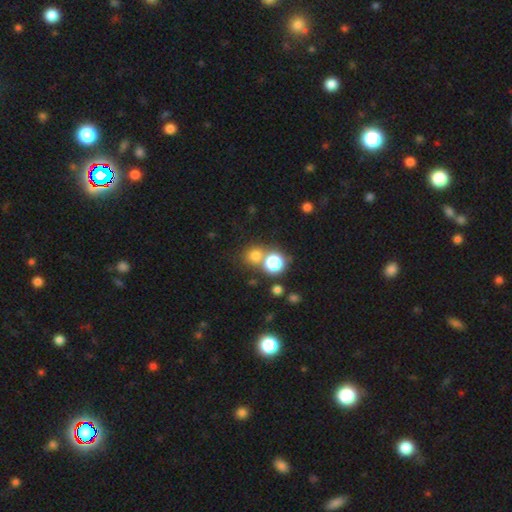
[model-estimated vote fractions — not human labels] A smooth galaxy with no disk features (72%) that is round (86%). Merging: none (59%).